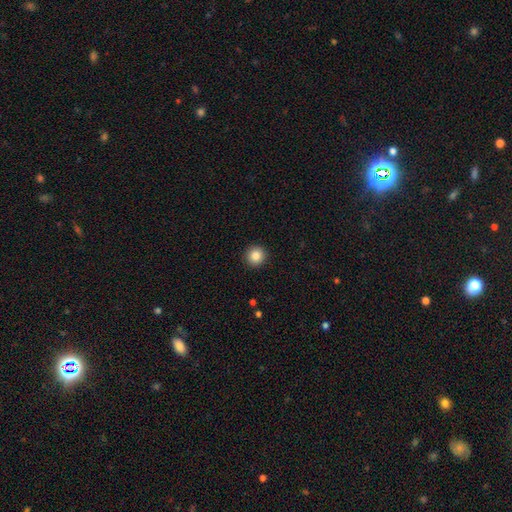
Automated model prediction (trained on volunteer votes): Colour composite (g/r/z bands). It shows a smooth galaxy with no disk features (85%) that is round (95%). Merging: none (93%).